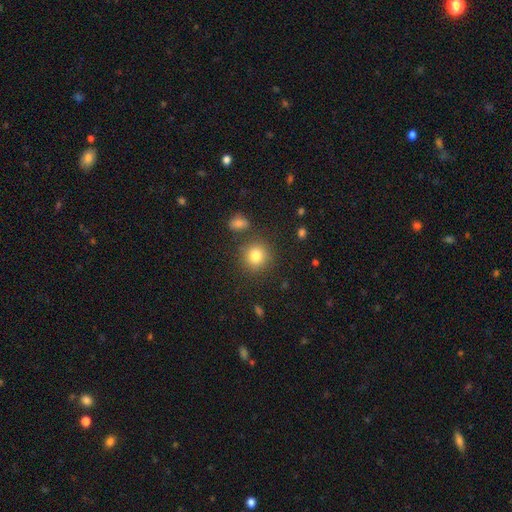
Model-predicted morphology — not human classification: This is clearly a smooth galaxy (82%). How rounded: clearly round (88%). Merging: clearly none (83%).